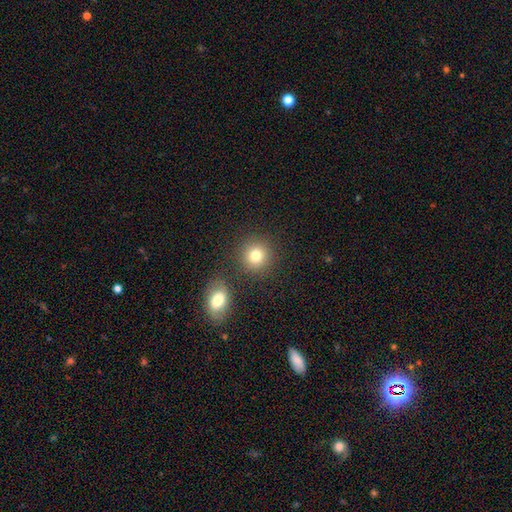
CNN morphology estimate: This appears to be a smooth galaxy with no disk features (80%) that is round (90%). Merging: none (80%).